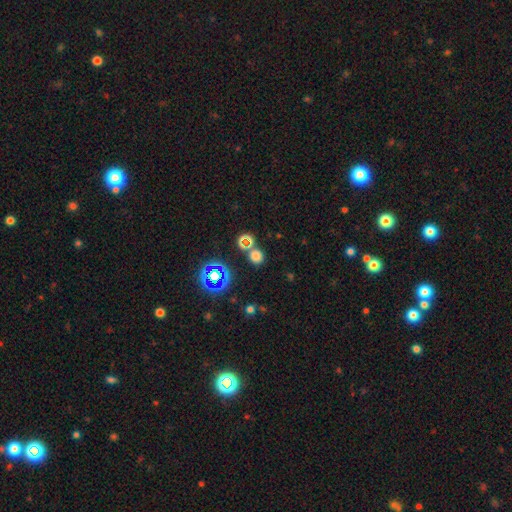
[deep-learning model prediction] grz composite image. It shows a smooth galaxy with no disk features (65%) that is round (82%). Merging: none (75%).